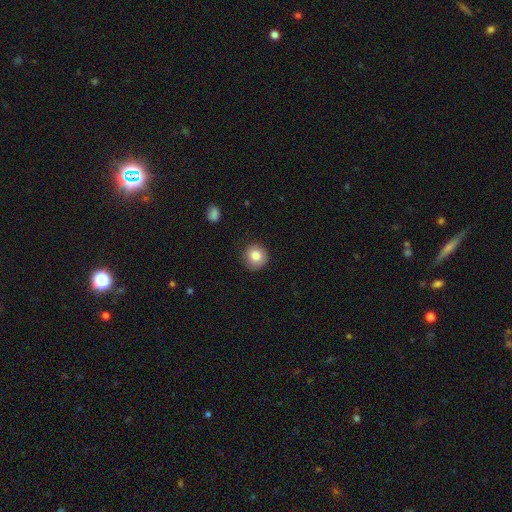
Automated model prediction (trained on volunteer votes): This appears to be a smooth galaxy with no disk features (83%) that is round (92%). Merging: none (84%).